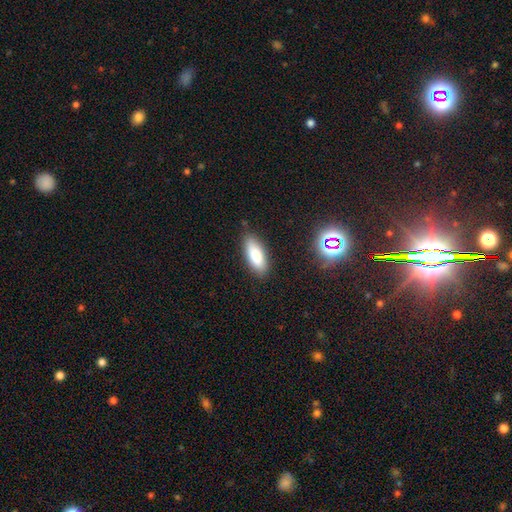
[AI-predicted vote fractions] A smooth galaxy with no disk features (84%) that is in between round and cigar-shaped (76%).

Vote fractions:
- Smooth or featured? smooth: 84% / featured or disk: 9% / star or artifact: 8%
- How rounded? in between: 76% / cigar-shaped: 22% / round: 2%
- Merging? none: 83% / minor disturbance: 13% / major disturbance: 3% / merger: 2%